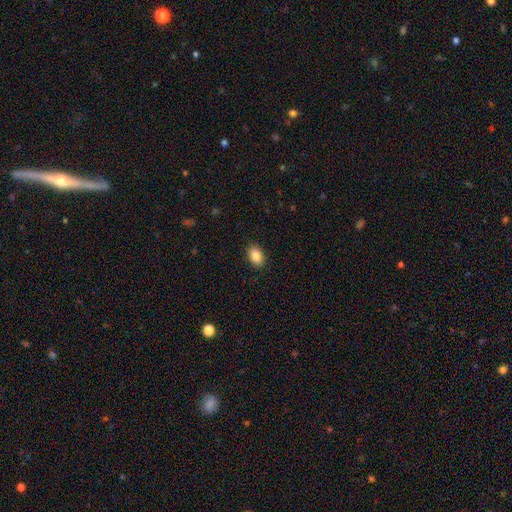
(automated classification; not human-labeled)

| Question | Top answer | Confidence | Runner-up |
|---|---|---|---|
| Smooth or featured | smooth | 86% | star or artifact (8%) |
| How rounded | in between | 85% | round (14%) |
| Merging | none | 89% | minor disturbance (8%) |